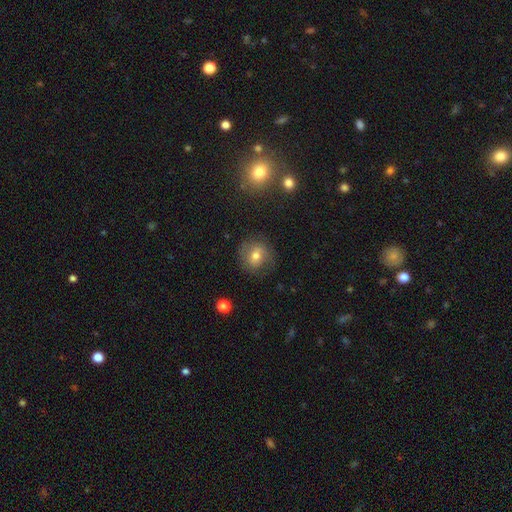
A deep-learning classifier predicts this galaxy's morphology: type=smooth (60%); roundness=round (81%); merging=none (76%).